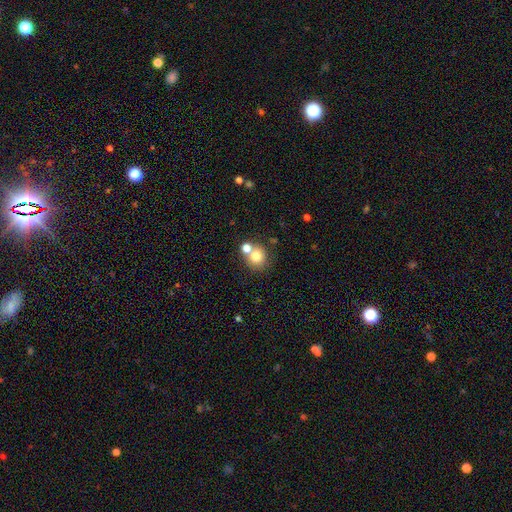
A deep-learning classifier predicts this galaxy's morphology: Smooth or featured: smooth — 75% (featured or disk — 13%)
How rounded: round — 86% (in between — 13%)
Merging: none — 55% (merger — 34%)